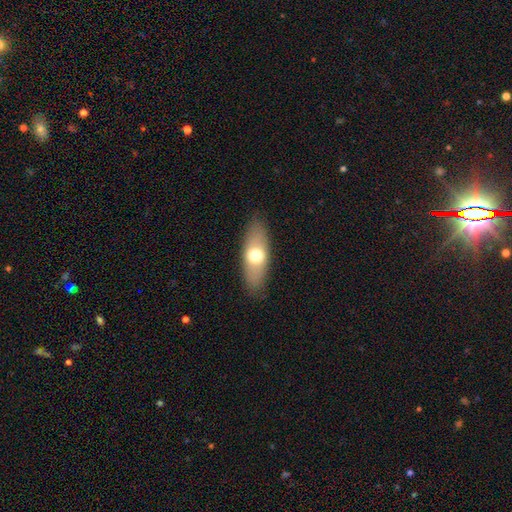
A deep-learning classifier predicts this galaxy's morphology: type=smooth (62%); roundness=in between (70%); merging=none (86%).